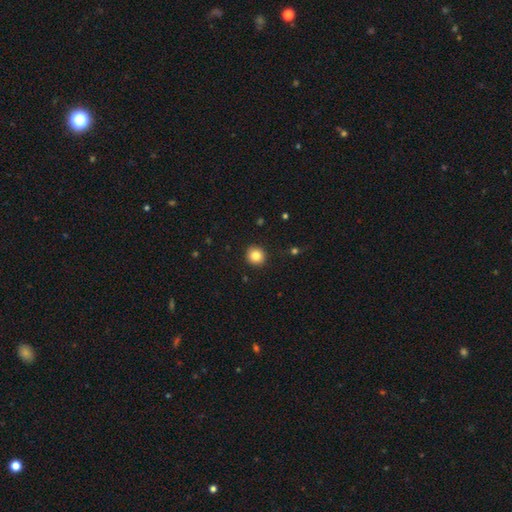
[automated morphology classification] Smooth or featured?
  - smooth: 84% *
  - star or artifact: 10%
  - featured or disk: 6%
How rounded?
  - round: 91% *
  - in between: 8%
  - cigar-shaped: 1%
Merging?
  - none: 92% *
  - minor disturbance: 5%
  - major disturbance: 2%
  - merger: 1%